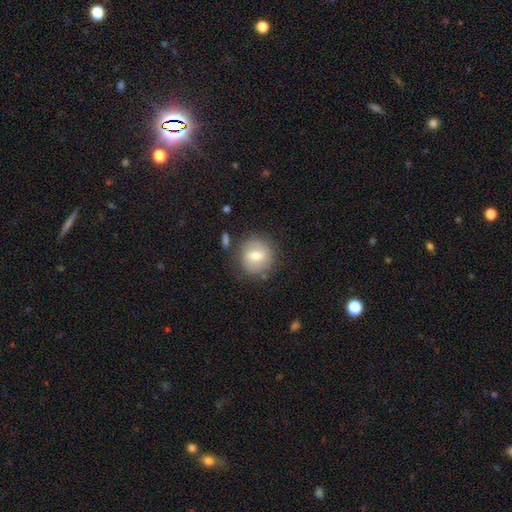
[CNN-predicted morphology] A smooth galaxy with no disk features (67%) that is round (90%).

Vote fractions:
- Smooth or featured? smooth: 67% / featured or disk: 25% / star or artifact: 8%
- How rounded? round: 90% / in between: 9% / cigar-shaped: 1%
- Merging? none: 78% / minor disturbance: 13% / major disturbance: 4% / merger: 4%